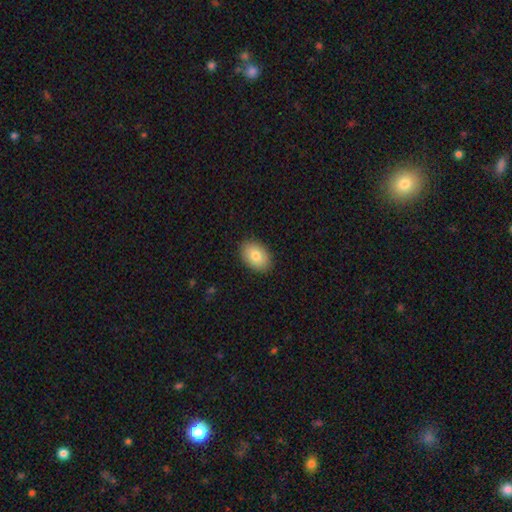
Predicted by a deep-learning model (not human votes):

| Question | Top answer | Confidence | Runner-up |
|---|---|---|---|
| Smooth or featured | smooth | 81% | featured or disk (12%) |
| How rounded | in between | 83% | round (16%) |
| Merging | none | 89% | minor disturbance (8%) |